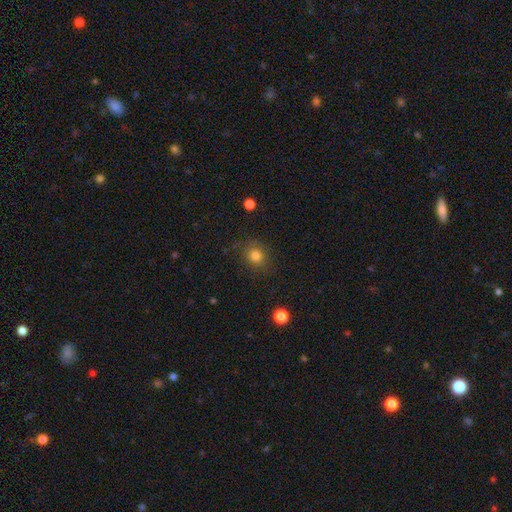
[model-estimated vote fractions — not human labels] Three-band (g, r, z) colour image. It shows a smooth galaxy with no disk features (80%) that is round (72%). Merging: none (82%).